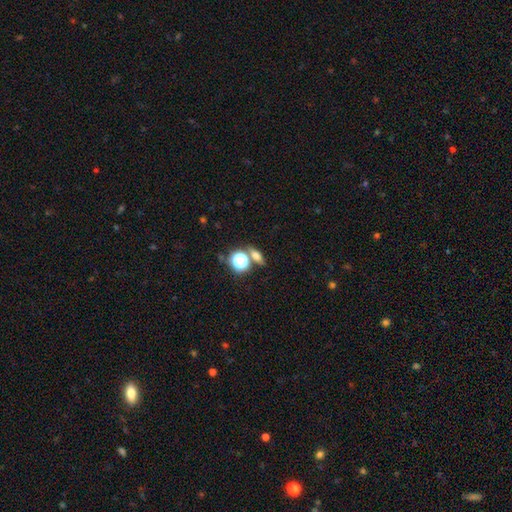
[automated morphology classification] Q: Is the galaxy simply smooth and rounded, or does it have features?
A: smooth — 59%.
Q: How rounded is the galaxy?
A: in between — 50%.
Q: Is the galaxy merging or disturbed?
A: none — 71%.